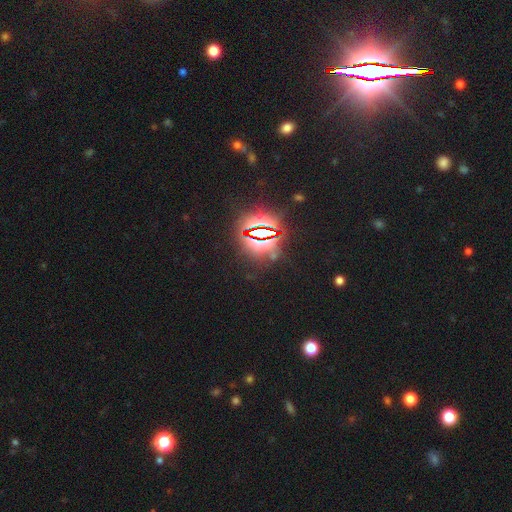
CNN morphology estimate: Smooth or featured? star or artifact (85%)